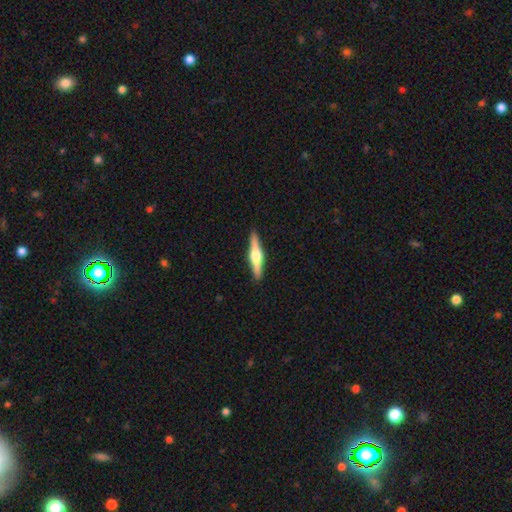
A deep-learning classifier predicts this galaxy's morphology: Smooth or featured?
  - featured or disk: 68% *
  - smooth: 27%
  - star or artifact: 5%
Edge-on disk?
  - yes: 98% *
  - no: 2%
Edge-on bulge?
  - rounded: 92% *
  - boxy: 6%
  - none: 2%
Merging?
  - none: 91% *
  - minor disturbance: 6%
  - major disturbance: 1%
  - merger: 1%